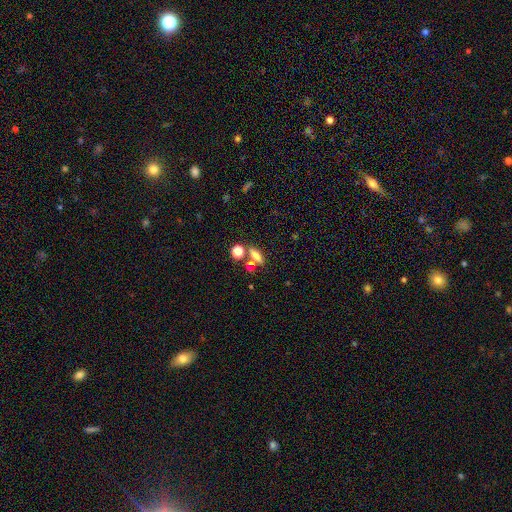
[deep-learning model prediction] smooth-or-featured: smooth: 65% | featured or disk: 21% | star or artifact: 14%
  how-rounded: in between: 52% | cigar-shaped: 31% | round: 16%
  merging: none: 58% | merger: 25% | minor disturbance: 11% | major disturbance: 5%